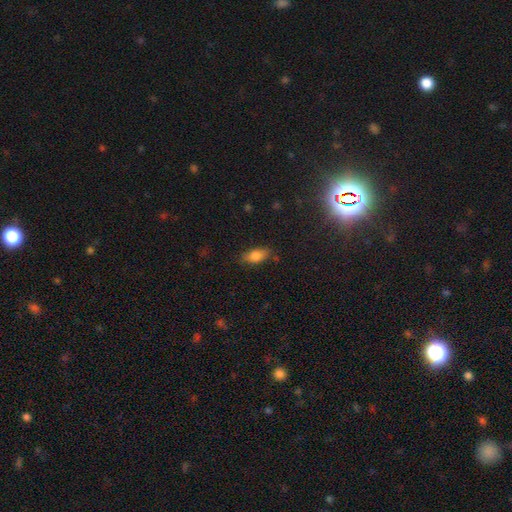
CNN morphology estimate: The model was most divided on "merging": none: 80%, minor disturbance: 15%, major disturbance: 3%, merger: 2%. More confident: how rounded — in between (85%); smooth or featured — smooth (78%).